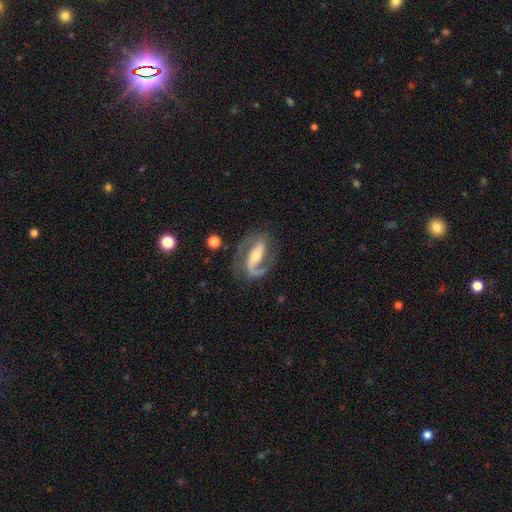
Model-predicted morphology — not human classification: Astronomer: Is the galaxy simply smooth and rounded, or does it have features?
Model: featured or disk — 89%.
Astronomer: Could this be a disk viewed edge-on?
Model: no — 95%.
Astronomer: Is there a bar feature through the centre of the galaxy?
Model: strong — 58%.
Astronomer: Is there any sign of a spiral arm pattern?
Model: yes — 96%.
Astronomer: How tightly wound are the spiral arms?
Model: medium — 51% (runner-up: tight, 26%).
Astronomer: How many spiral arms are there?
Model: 2 — 83%.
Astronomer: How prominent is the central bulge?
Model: moderate — 54% (runner-up: small, 39%).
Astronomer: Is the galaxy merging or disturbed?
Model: none — 77%.